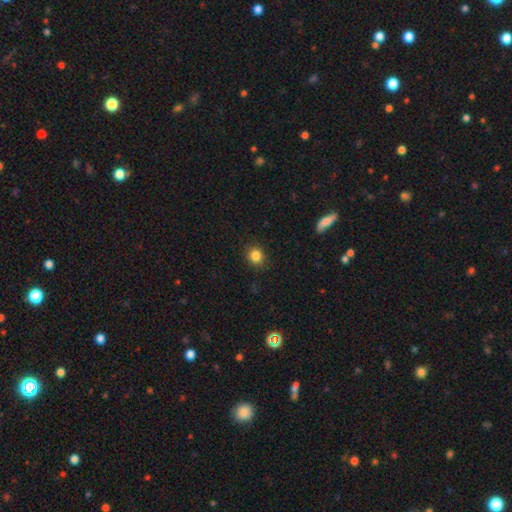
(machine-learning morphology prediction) This is clearly a smooth galaxy (85%). How rounded: clearly round (83%). Merging: clearly none (89%).